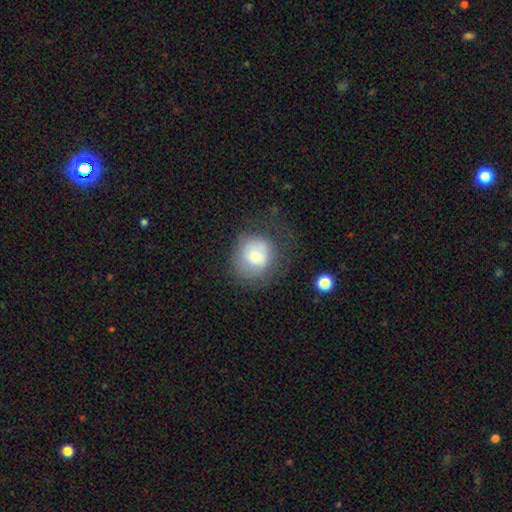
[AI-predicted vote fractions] A smooth galaxy with no disk features (69%) that is round (84%).

Vote fractions:
- Smooth or featured? smooth: 69% / featured or disk: 23% / star or artifact: 9%
- How rounded? round: 84% / in between: 16% / cigar-shaped: 1%
- Merging? none: 51% / major disturbance: 24% / minor disturbance: 23% / merger: 2%